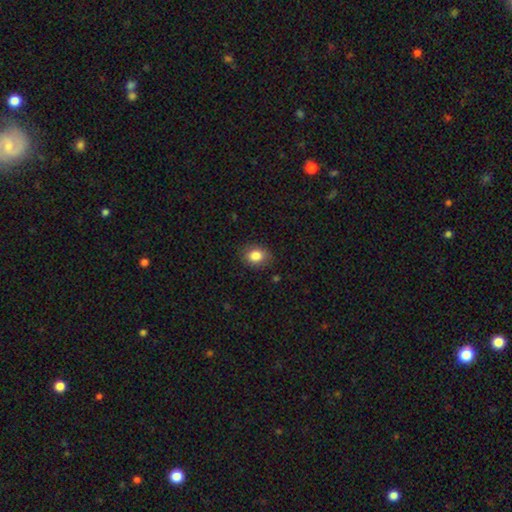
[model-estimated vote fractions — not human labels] A smooth galaxy with no disk features (84%) that is in between round and cigar-shaped (56%).

Vote fractions:
- Smooth or featured? smooth: 84% / star or artifact: 9% / featured or disk: 7%
- How rounded? in between: 56% / round: 43% / cigar-shaped: 1%
- Merging? none: 82% / minor disturbance: 13% / major disturbance: 3% / merger: 1%